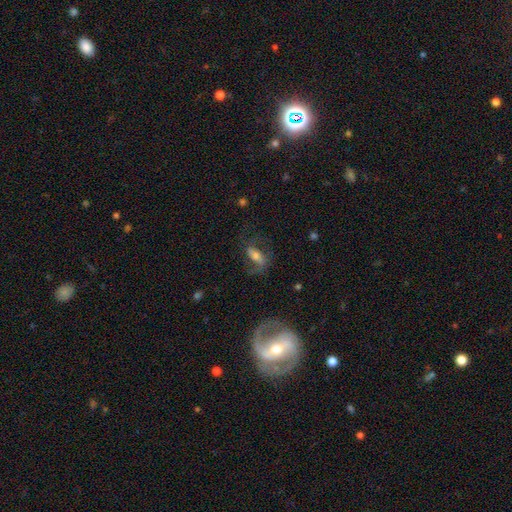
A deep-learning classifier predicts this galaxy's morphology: Smooth or featured?
  - featured or disk: 66% *
  - smooth: 23%
  - star or artifact: 10%
Edge-on disk?
  - no: 92% *
  - yes: 8%
Bar?
  - strong: 43% *
  - weak: 34%
  - no: 23%
Spiral arms?
  - yes: 87% *
  - no: 13%
Spiral winding?
  - loose: 47% *
  - medium: 41%
  - tight: 13%
Spiral arm count?
  - 2: 83% *
  - 1: 8%
  - can't tell: 6%
  - 3: 1%
  - 4: 1%
  - more than 4: 1%
Bulge size?
  - moderate: 48% *
  - small: 37%
  - large: 9%
  - none: 4%
  - dominant: 2%
Merging?
  - none: 59% *
  - major disturbance: 22%
  - minor disturbance: 16%
  - merger: 3%